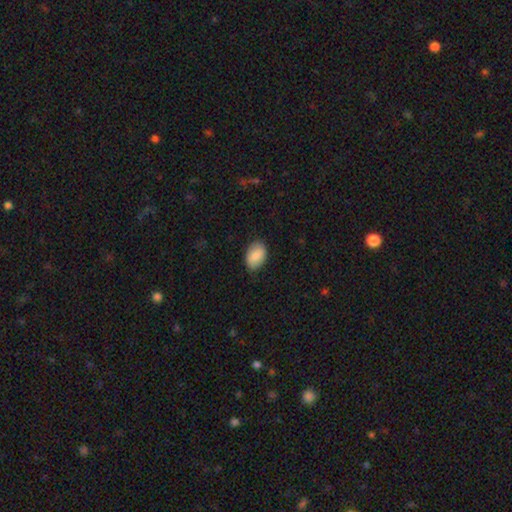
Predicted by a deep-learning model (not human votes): This is clearly a smooth galaxy (85%). How rounded: clearly in between (88%). Merging: clearly none (81%).